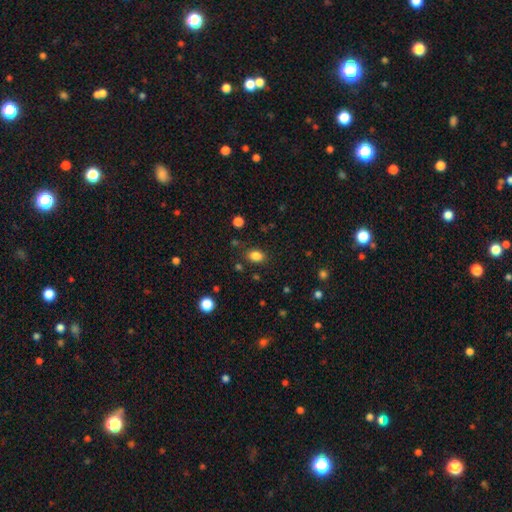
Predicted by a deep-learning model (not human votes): A smooth galaxy with no disk features (84%) that is in between round and cigar-shaped (73%). Merging: none (83%).